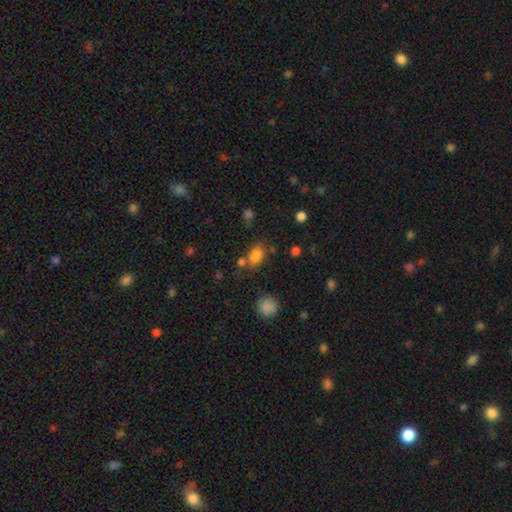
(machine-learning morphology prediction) Smooth or featured? smooth (83%)
How rounded? in between (80%)
Merging? none (65%)